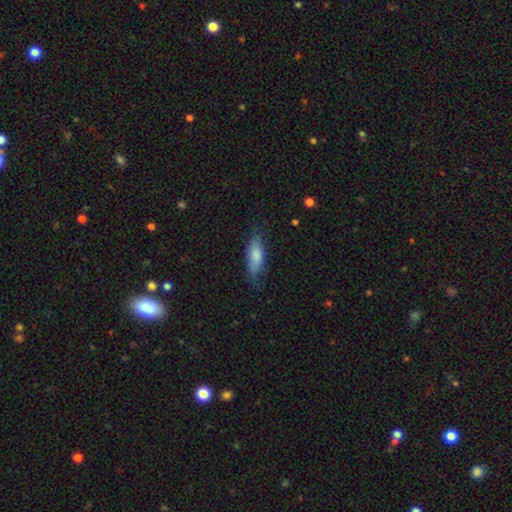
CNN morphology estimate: smooth_or_featured: smooth (p=0.80) [alt: featured or disk p=0.14]
how_rounded: in between (p=0.64) [alt: cigar-shaped p=0.34]
merging: none (p=0.67) [alt: minor disturbance p=0.24]